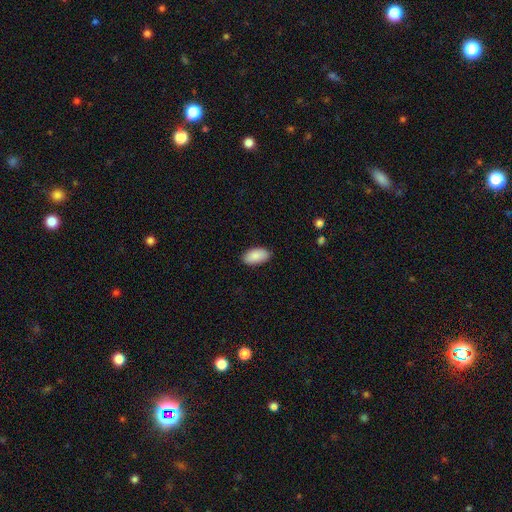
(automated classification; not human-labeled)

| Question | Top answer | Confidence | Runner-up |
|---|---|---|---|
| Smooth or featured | smooth | 90% | star or artifact (6%) |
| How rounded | in between | 95% | round (3%) |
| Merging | none | 87% | minor disturbance (10%) |